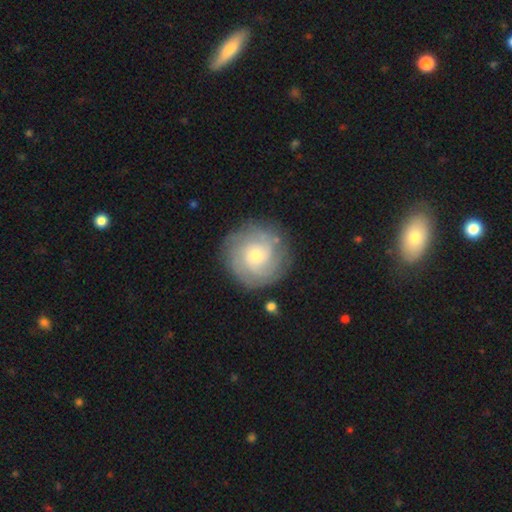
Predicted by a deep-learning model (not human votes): Q: Smooth or featured?
A: featured or disk (69%); runner-up: smooth (23%)
Q: Edge-on disk?
A: no (98%); runner-up: yes (2%)
Q: Bar?
A: no (77%); runner-up: weak (20%)
Q: Spiral arms?
A: yes (92%); runner-up: no (8%)
Q: Spiral winding?
A: tight (69%); runner-up: medium (24%)
Q: Spiral arm count?
A: can't tell (38%); runner-up: 3 (19%)
Q: Bulge size?
A: small (54%); runner-up: moderate (40%)
Q: Merging?
A: none (85%); runner-up: minor disturbance (10%)